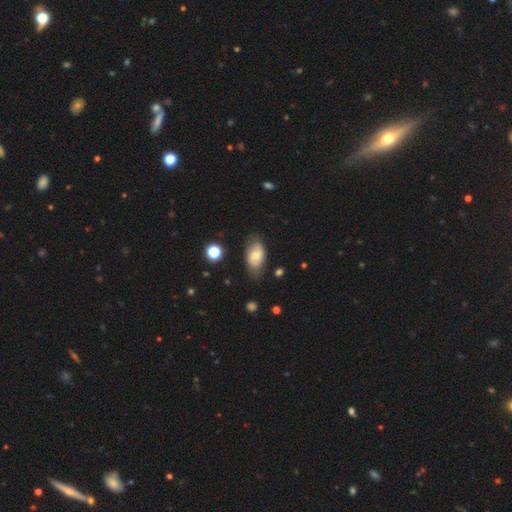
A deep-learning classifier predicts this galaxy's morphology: type=smooth (69%); roundness=in between (92%); merging=none (72%).